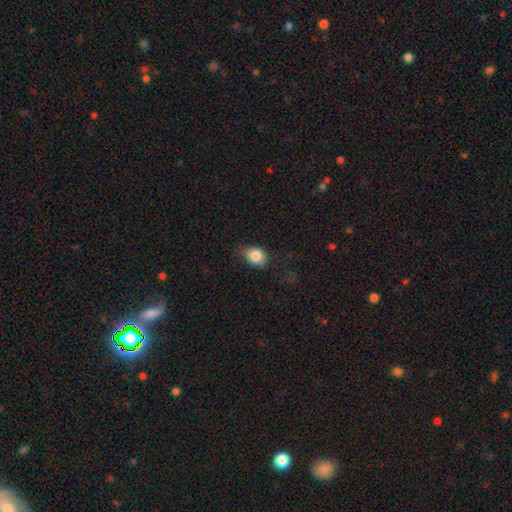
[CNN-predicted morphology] smooth_or_featured: smooth (p=0.84) [alt: star or artifact p=0.09]
how_rounded: in between (p=0.59) [alt: round p=0.40]
merging: none (p=0.59) [alt: minor disturbance p=0.29]